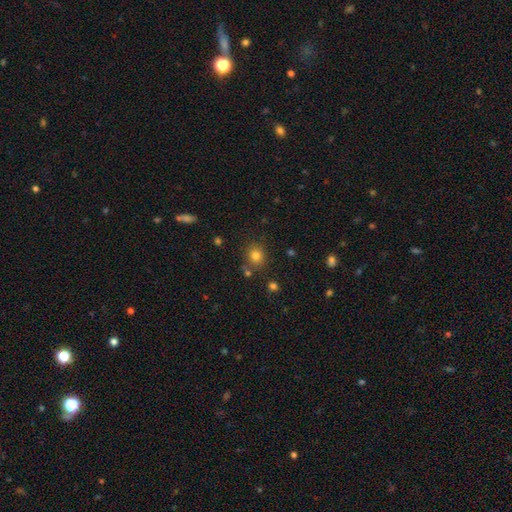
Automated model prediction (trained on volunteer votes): A smooth galaxy with no disk features (79%) that is round (81%). Merging: none (79%).